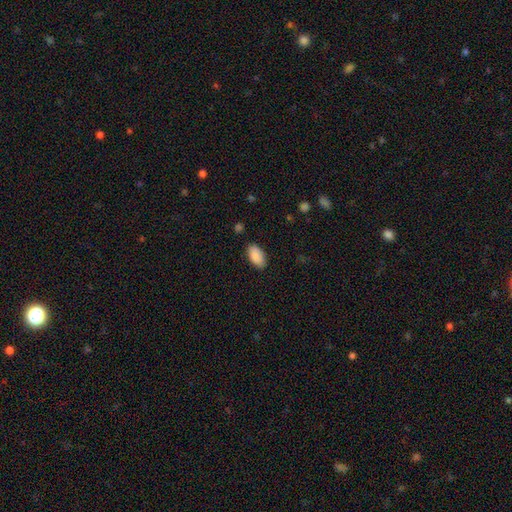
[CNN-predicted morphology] A smooth galaxy with no disk features (89%) that is in between round and cigar-shaped (94%). Merging: none (86%).